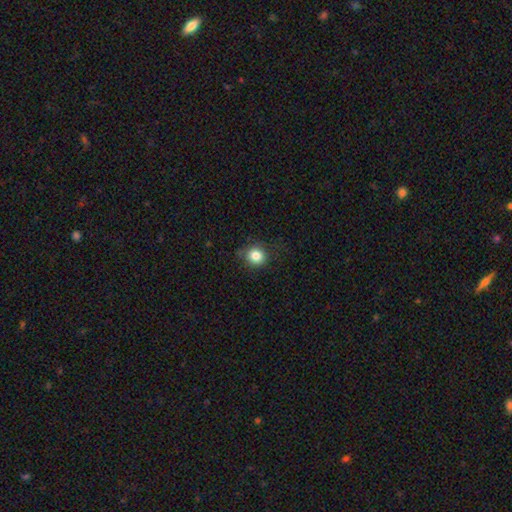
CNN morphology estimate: type=smooth (83%); roundness=round (87%); merging=none (82%).